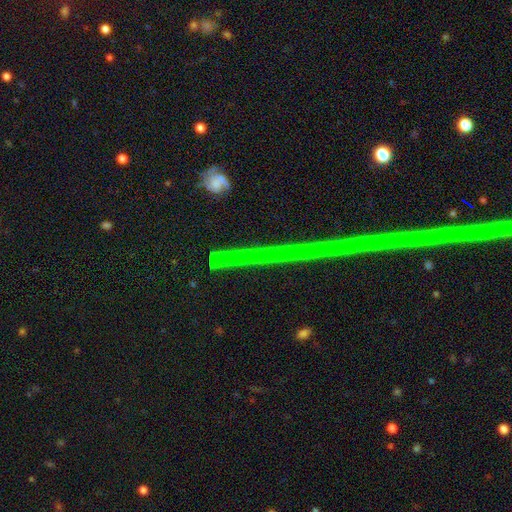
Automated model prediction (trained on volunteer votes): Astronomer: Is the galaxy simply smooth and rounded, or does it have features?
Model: star or artifact — 82%.